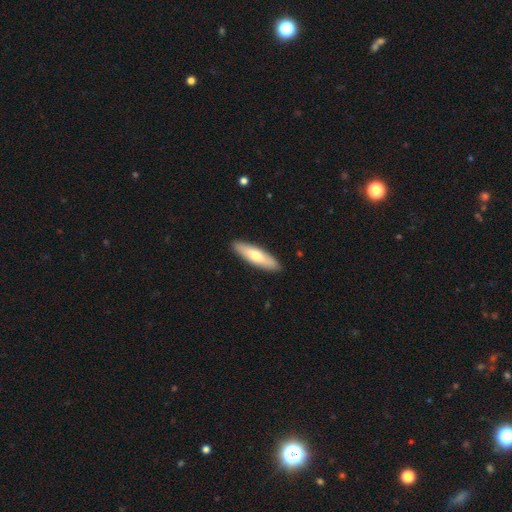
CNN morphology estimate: smooth 65%, featured or disk 30%, star or artifact 5%. Down the decision tree: how rounded — cigar-shaped (64%); merging — none (90%).